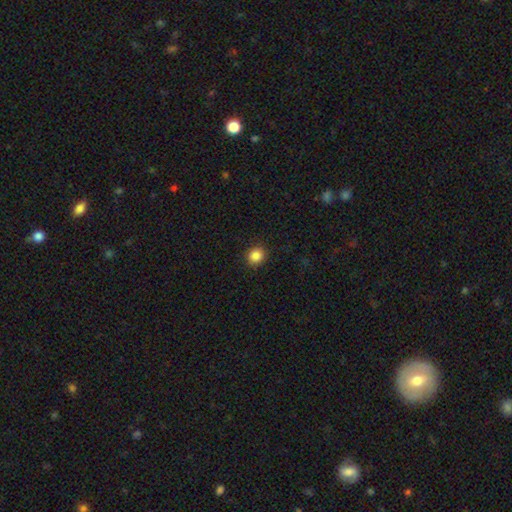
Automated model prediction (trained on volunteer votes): This is clearly a smooth galaxy (86%). How rounded: clearly round (84%). Merging: clearly none (91%).